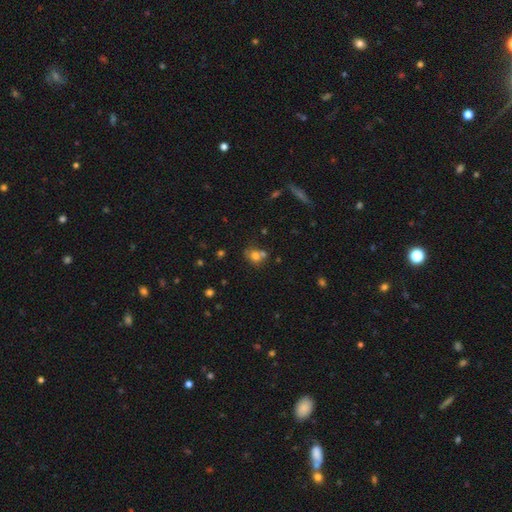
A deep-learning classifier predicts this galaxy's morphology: smooth_or_featured: smooth (p=0.71) [alt: star or artifact p=0.15]
how_rounded: round (p=0.66) [alt: in between p=0.33]
merging: none (p=0.46) [alt: merger p=0.37]